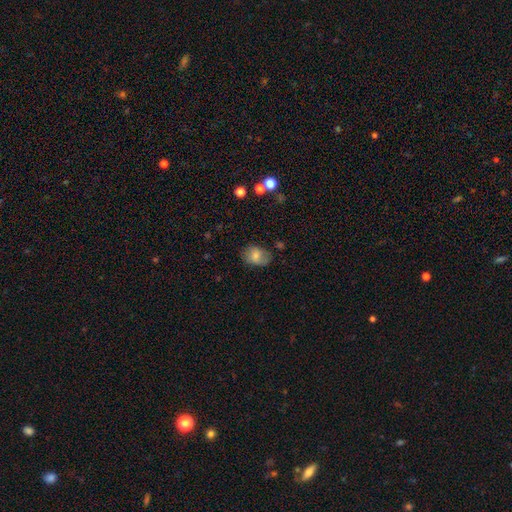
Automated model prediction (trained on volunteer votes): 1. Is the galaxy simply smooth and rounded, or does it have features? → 74% smooth, 17% featured or disk, 9% star or artifact.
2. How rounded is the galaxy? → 69% in between, 30% round, 1% cigar-shaped.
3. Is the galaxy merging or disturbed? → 65% none, 25% minor disturbance, 8% major disturbance, 2% merger.